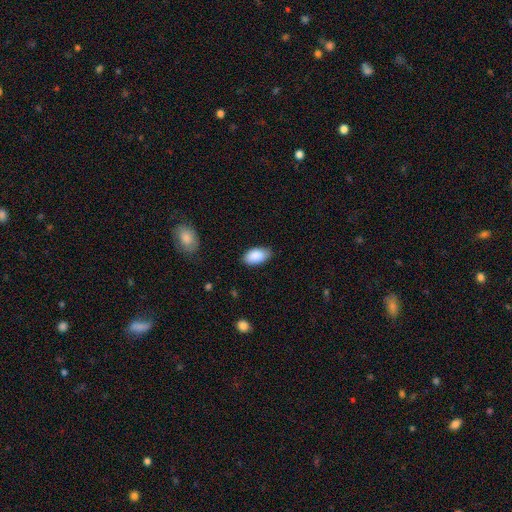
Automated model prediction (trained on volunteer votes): smooth 89%, star or artifact 6%, featured or disk 5%. Down the decision tree: how rounded — in between (94%); merging — none (77%).